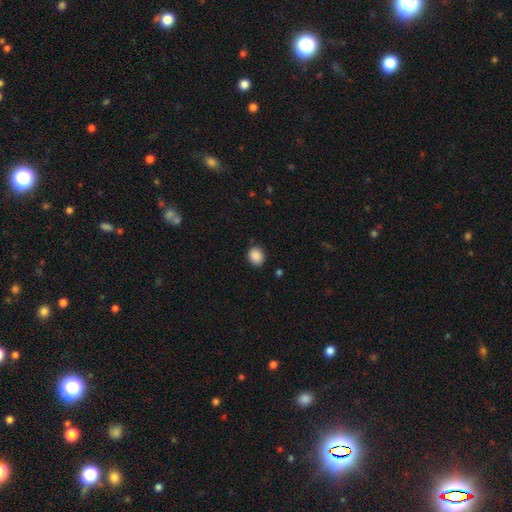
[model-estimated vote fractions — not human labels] The model was most divided on "how rounded": round: 66%, in between: 33%, cigar-shaped: 1%. More confident: smooth or featured — smooth (89%); merging — none (85%).